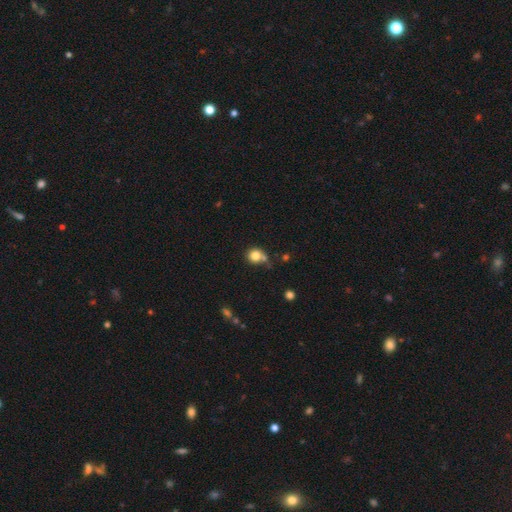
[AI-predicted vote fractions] The model was most divided on "merging": none: 59%, merger: 19%, minor disturbance: 16%, major disturbance: 5%. More confident: how rounded — round (84%); smooth or featured — smooth (81%).